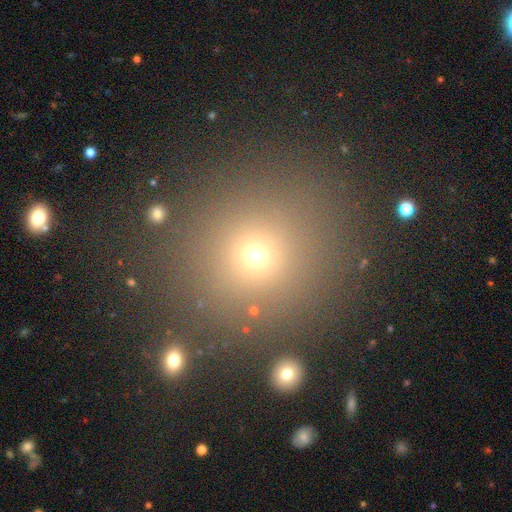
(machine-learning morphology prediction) smooth_or_featured: smooth (p=0.64) [alt: star or artifact p=0.28]
how_rounded: round (p=0.89) [alt: in between p=0.10]
merging: none (p=0.85) [alt: minor disturbance p=0.07]